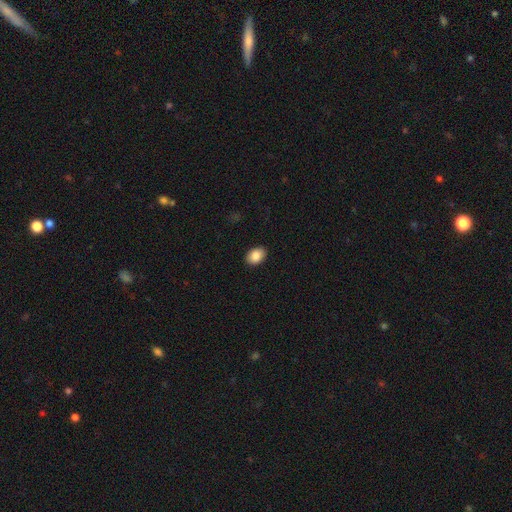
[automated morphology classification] Smooth or featured? smooth (87%)
How rounded? in between (79%)
Merging? none (90%)